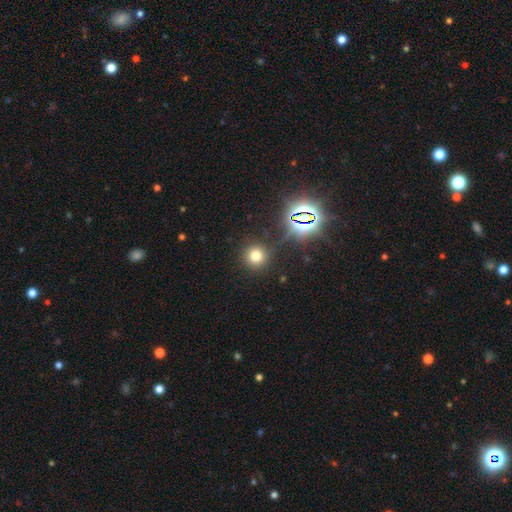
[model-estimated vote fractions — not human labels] Smooth or featured? smooth (69%)
How rounded? round (94%)
Merging? none (87%)